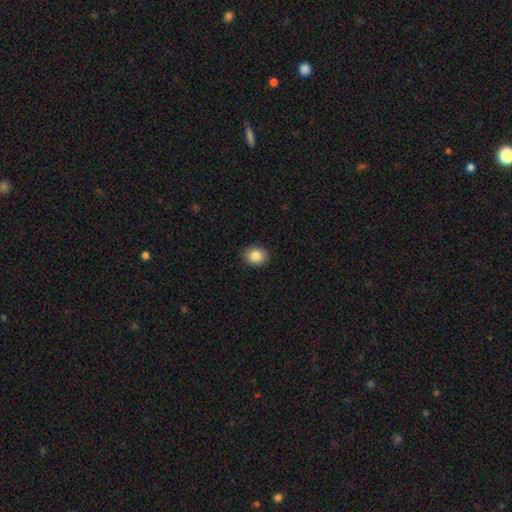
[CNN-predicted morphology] Smooth or featured?
  - smooth: 85% *
  - star or artifact: 9%
  - featured or disk: 6%
How rounded?
  - round: 63% *
  - in between: 36%
  - cigar-shaped: 1%
Merging?
  - none: 91% *
  - minor disturbance: 6%
  - major disturbance: 2%
  - merger: 1%